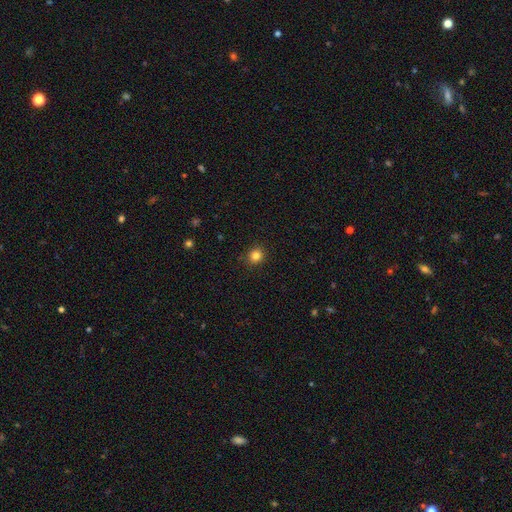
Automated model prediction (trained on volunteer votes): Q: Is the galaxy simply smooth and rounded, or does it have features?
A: smooth — 83%.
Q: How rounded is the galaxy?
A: round — 88%.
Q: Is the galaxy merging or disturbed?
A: none — 90%.